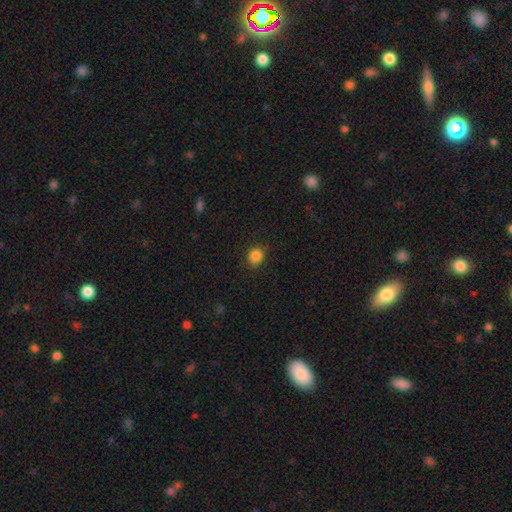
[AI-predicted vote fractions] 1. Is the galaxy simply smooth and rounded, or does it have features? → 85% smooth, 11% star or artifact, 4% featured or disk.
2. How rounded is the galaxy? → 83% round, 16% in between, 1% cigar-shaped.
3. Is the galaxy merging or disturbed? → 85% none, 11% minor disturbance, 3% major disturbance, 1% merger.